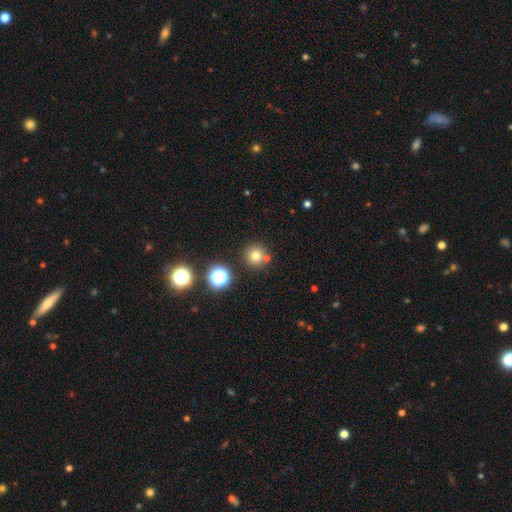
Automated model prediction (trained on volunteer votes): Smooth or featured? smooth (72%)
How rounded? round (94%)
Merging? none (76%)